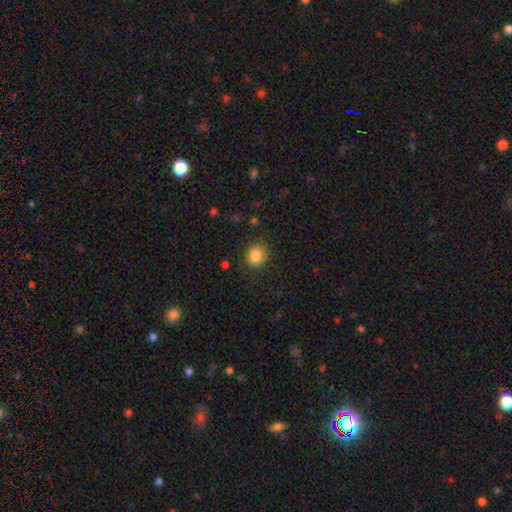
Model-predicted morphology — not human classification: Q: Smooth or featured?
A: smooth (85%); runner-up: star or artifact (10%)
Q: How rounded?
A: round (71%); runner-up: in between (28%)
Q: Merging?
A: none (84%); runner-up: minor disturbance (12%)